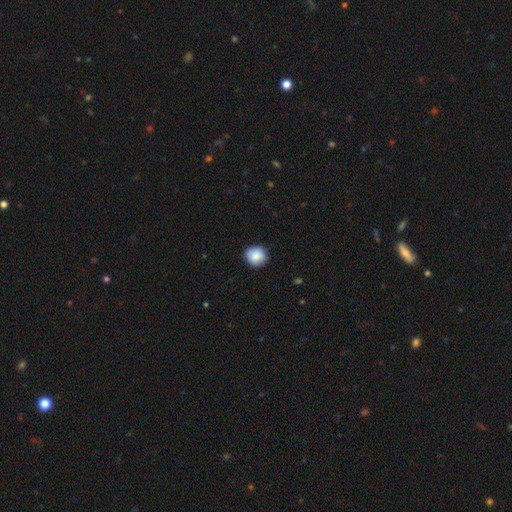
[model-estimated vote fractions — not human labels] This is clearly a smooth galaxy (85%). How rounded: clearly round (90%). Merging: clearly none (88%).